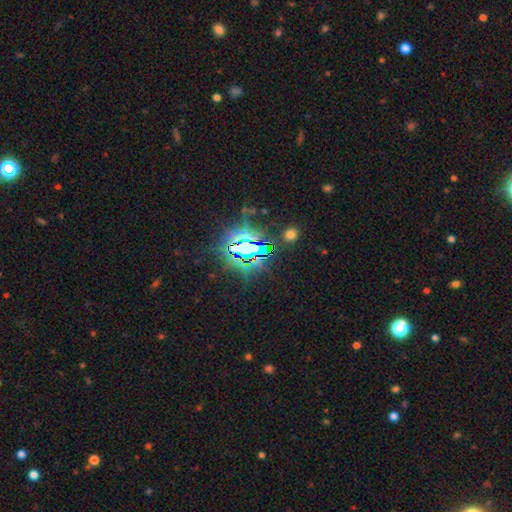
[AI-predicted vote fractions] smooth_or_featured: star or artifact (p=0.79) [alt: smooth p=0.11]